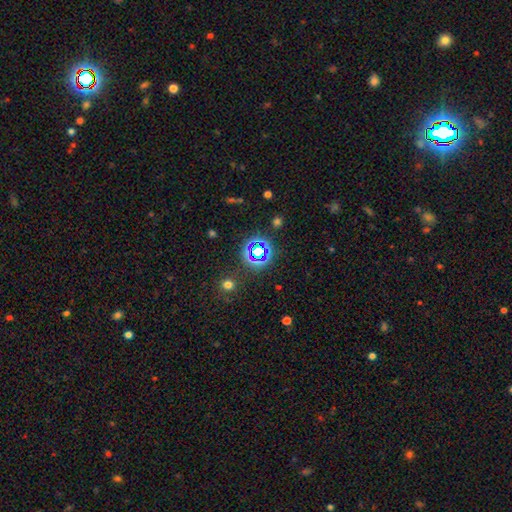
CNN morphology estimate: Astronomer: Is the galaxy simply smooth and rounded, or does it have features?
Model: star or artifact — 64%.